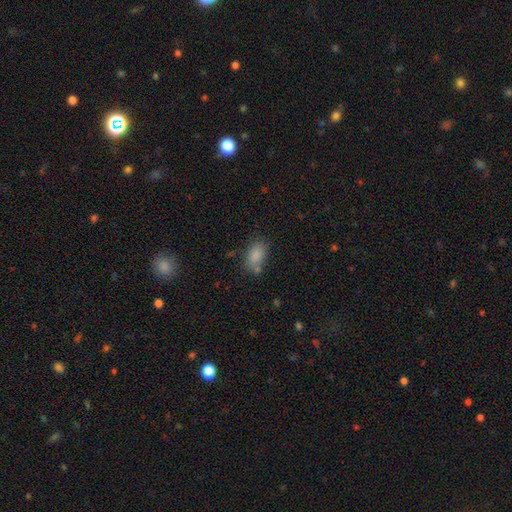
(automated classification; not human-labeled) smooth-or-featured: smooth: 84% | star or artifact: 10% | featured or disk: 6%
  how-rounded: in between: 89% | round: 9% | cigar-shaped: 3%
  merging: none: 65% | minor disturbance: 18% | merger: 11% | major disturbance: 6%